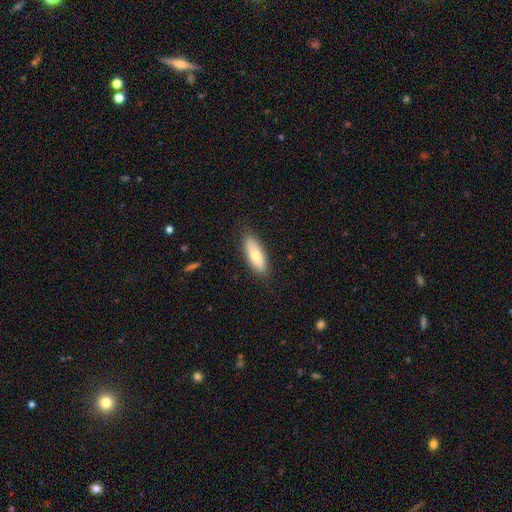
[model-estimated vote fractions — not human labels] Morphology: type=smooth (73%); roundness=in between (69%); merging=none (85%).